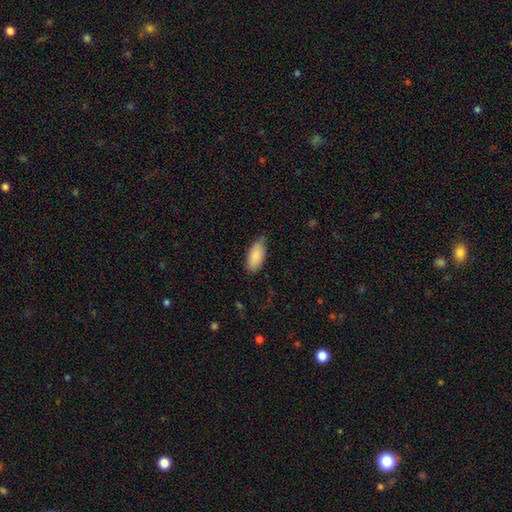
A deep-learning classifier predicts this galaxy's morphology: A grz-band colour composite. It shows a smooth galaxy with no disk features (88%) that is in between round and cigar-shaped (91%). Merging: none (67%).